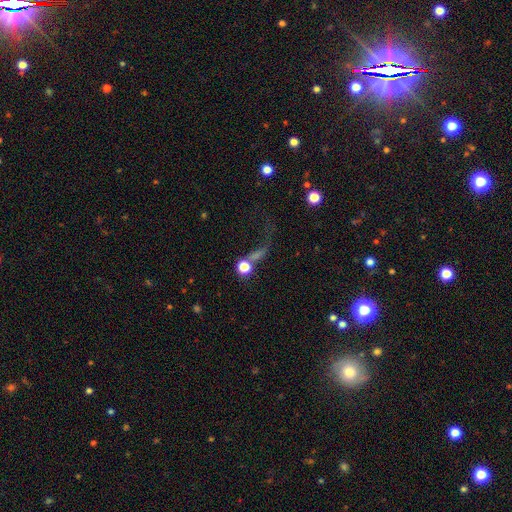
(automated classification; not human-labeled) Overall: smooth (46%; star or artifact 30%). Merging: none (35%; major disturbance 32%).